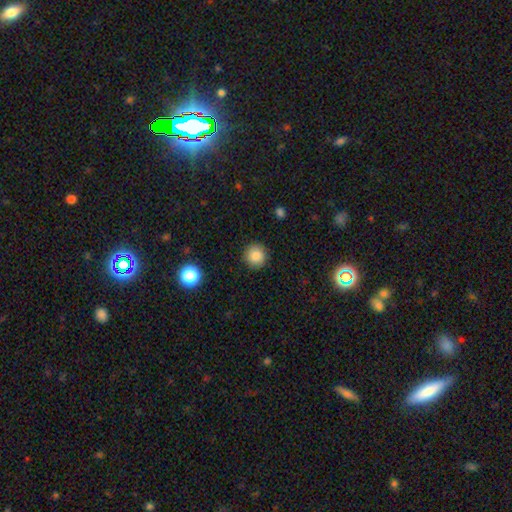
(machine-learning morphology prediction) Smooth or featured: smooth — 86% (star or artifact — 10%)
How rounded: round — 94% (in between — 5%)
Merging: none — 91% (minor disturbance — 6%)